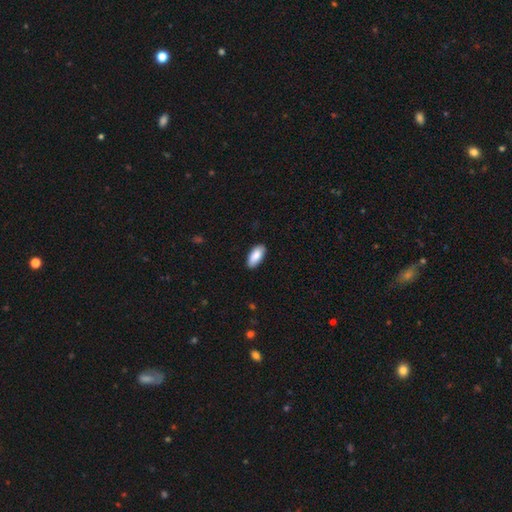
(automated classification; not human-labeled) The model was most divided on "merging": none: 86%, minor disturbance: 11%, major disturbance: 2%, merger: 1%. More confident: how rounded — in between (89%); smooth or featured — smooth (88%).